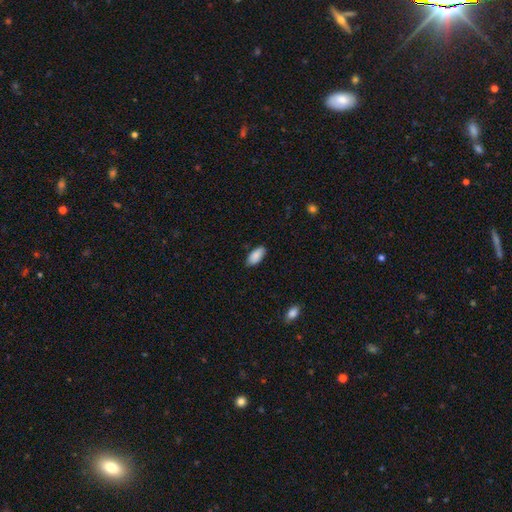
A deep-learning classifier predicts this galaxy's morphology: Overall: smooth (89%). How rounded: in between (93%). Merging: none (85%).